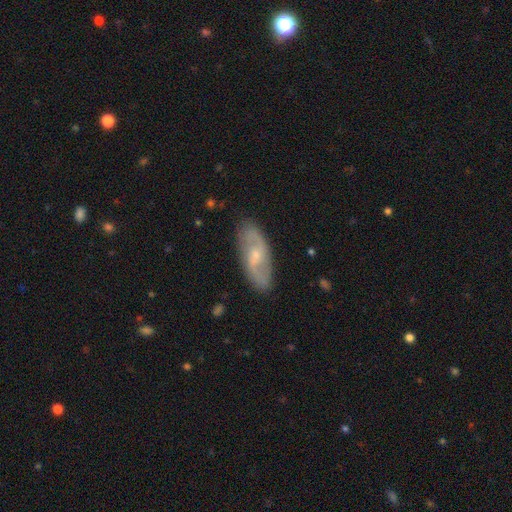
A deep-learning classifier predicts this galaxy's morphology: Smooth or featured? featured or disk (73%)
Edge-on disk? no (92%)
Bar? weak (49%)
Spiral arms? yes (90%)
Spiral winding? medium (44%)
Spiral arm count? 2 (86%)
Bulge size? small (58%)
Merging? none (84%)